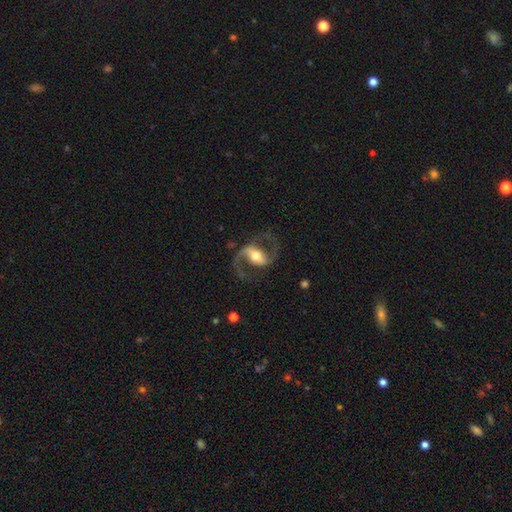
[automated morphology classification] The model was most divided on "bar": strong: 42%, weak: 36%, no: 22%. More confident: edge-on disk — no (97%); spiral arms — yes (96%); spiral arm count — 2 (93%); smooth or featured — featured or disk (90%); merging — none (77%); bulge size — moderate (67%); spiral winding — medium (52%).